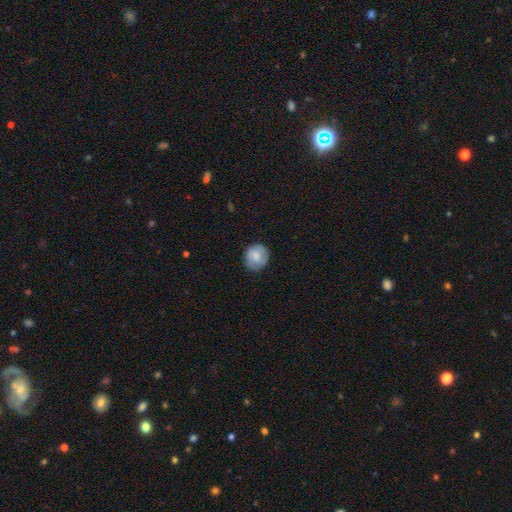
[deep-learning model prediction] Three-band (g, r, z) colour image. It shows a smooth galaxy with no disk features (76%) that is round (84%). Merging: none (80%).